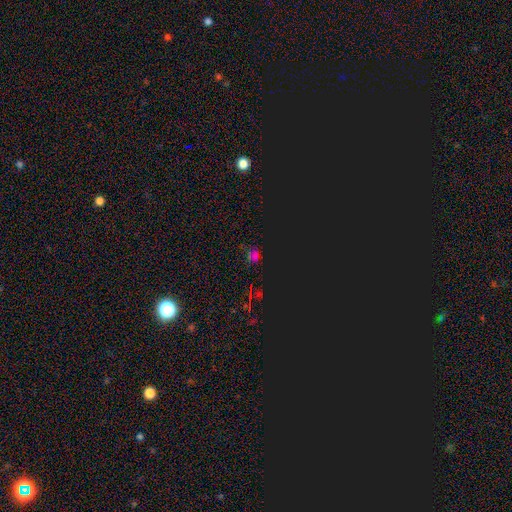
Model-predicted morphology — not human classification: Smooth or featured?
  - star or artifact: 71% *
  - smooth: 22%
  - featured or disk: 7%